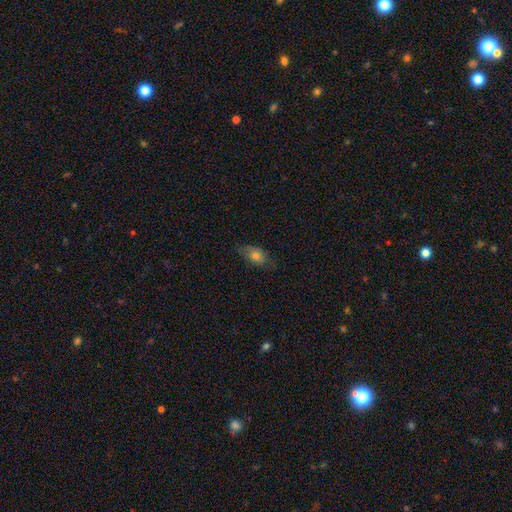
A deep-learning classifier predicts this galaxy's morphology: Smooth or featured? Predicted: smooth (p=0.73). How rounded? Predicted: in between (p=0.81). Merging? Predicted: none (p=0.65).